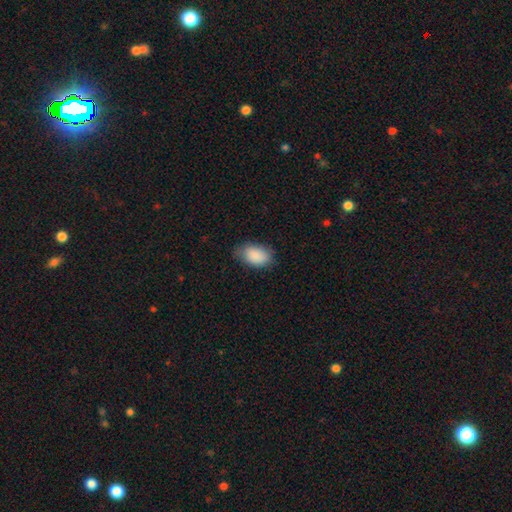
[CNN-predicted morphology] smooth-or-featured: smooth: 89% | star or artifact: 7% | featured or disk: 5%
  how-rounded: in between: 91% | round: 8% | cigar-shaped: 1%
  merging: none: 72% | minor disturbance: 22% | major disturbance: 5% | merger: 1%